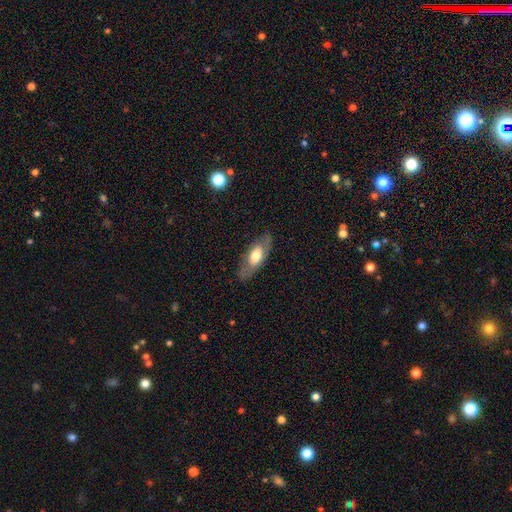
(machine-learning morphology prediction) smooth-or-featured: smooth: 50% | featured or disk: 44% | star or artifact: 6%
  how-rounded: in between: 81% | cigar-shaped: 15% | round: 4%
  merging: none: 80% | minor disturbance: 14% | major disturbance: 5% | merger: 1%